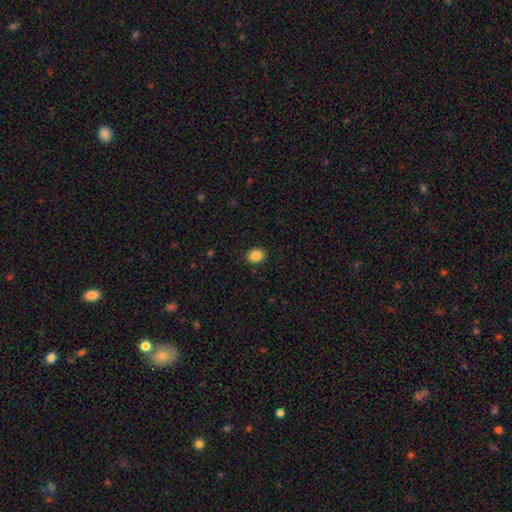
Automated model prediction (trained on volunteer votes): Smooth or featured?
  - smooth: 86% *
  - star or artifact: 9%
  - featured or disk: 5%
How rounded?
  - round: 51% *
  - in between: 48%
  - cigar-shaped: 1%
Merging?
  - none: 89% *
  - minor disturbance: 8%
  - major disturbance: 2%
  - merger: 1%